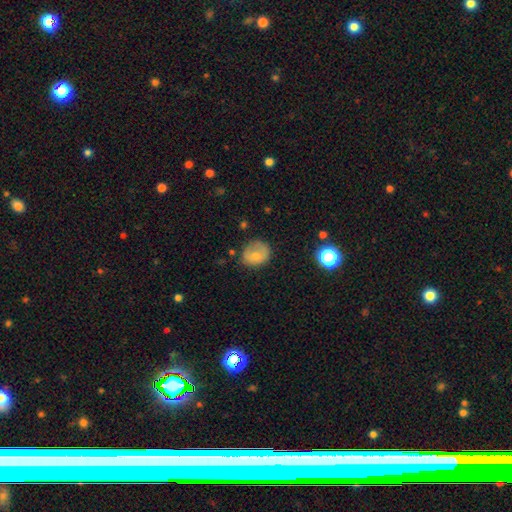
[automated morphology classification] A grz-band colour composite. It shows a smooth galaxy with no disk features (67%) that is round (66%). Merging: none (62%).